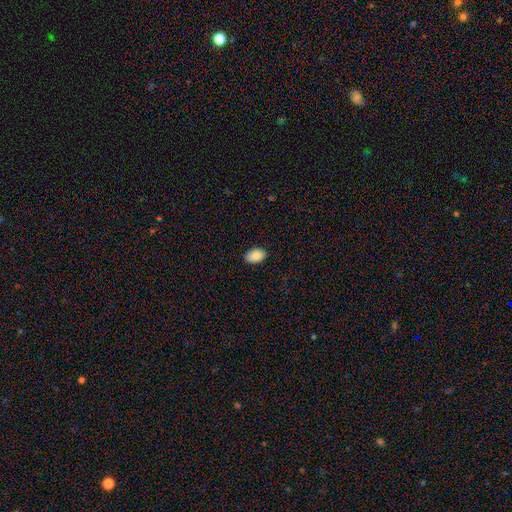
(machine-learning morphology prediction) Q: Smooth or featured?
A: smooth (89%); runner-up: star or artifact (7%)
Q: How rounded?
A: in between (92%); runner-up: round (7%)
Q: Merging?
A: none (89%); runner-up: minor disturbance (9%)